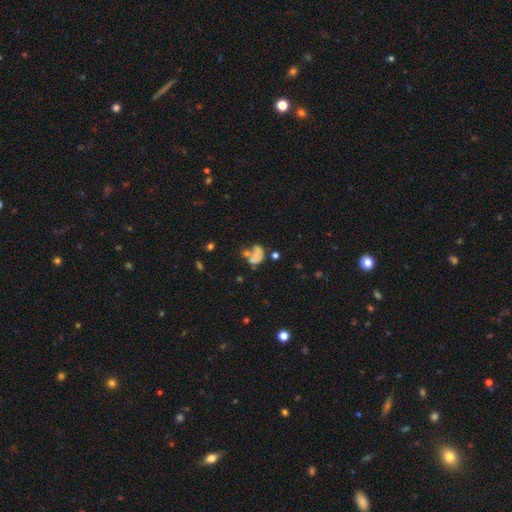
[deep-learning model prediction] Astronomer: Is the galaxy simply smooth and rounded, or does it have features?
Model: smooth — 46% (runner-up: featured or disk, 39%).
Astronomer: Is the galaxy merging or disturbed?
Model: merger — 34% (runner-up: none, 25%).